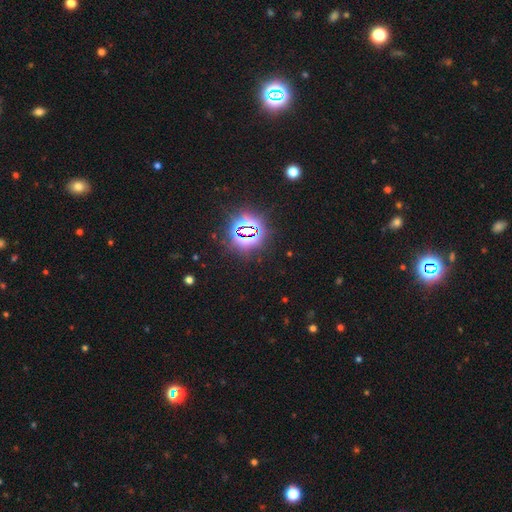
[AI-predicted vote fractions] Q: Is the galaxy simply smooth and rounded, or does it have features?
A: star or artifact — 75%.